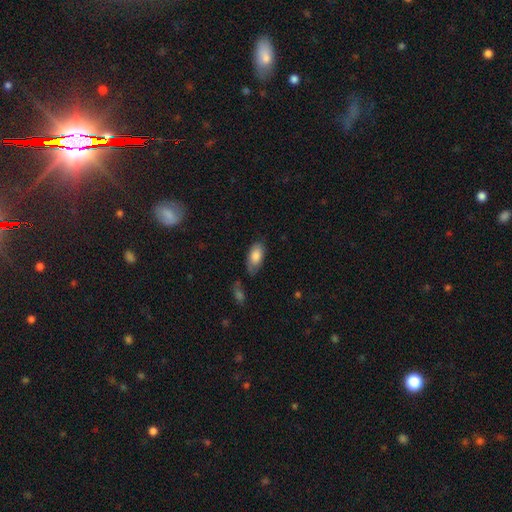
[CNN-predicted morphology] The model was most divided on "merging": none: 62%, minor disturbance: 27%, major disturbance: 7%, merger: 4%. More confident: how rounded — in between (91%); smooth or featured — smooth (82%).